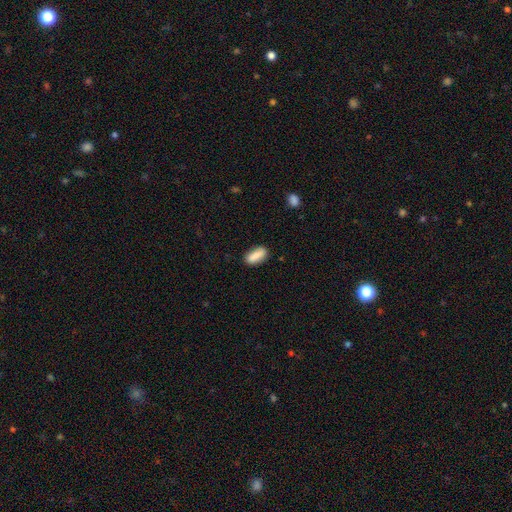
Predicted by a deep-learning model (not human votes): Q: Smooth or featured?
A: smooth (87%); runner-up: star or artifact (7%)
Q: How rounded?
A: in between (77%); runner-up: cigar-shaped (20%)
Q: Merging?
A: none (84%); runner-up: minor disturbance (12%)